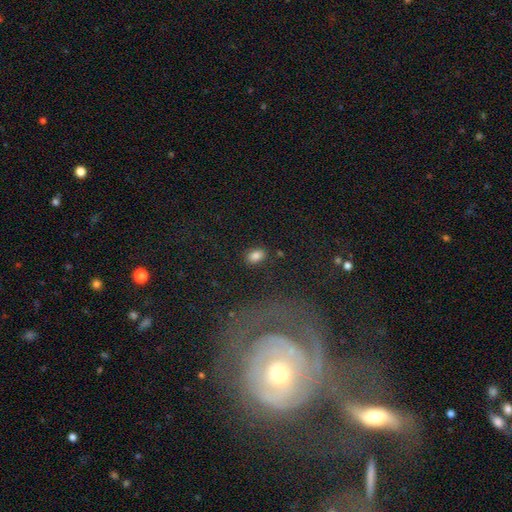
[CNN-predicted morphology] A smooth galaxy with no disk features (85%) that is in between round and cigar-shaped (85%). Merging: none (84%).